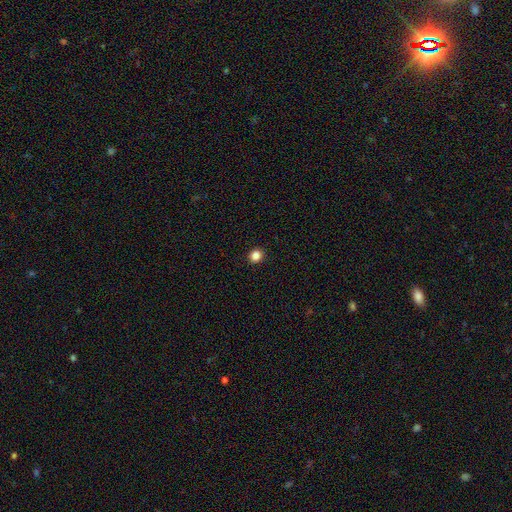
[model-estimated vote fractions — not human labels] Smooth or featured? smooth (84%)
How rounded? round (79%)
Merging? none (92%)